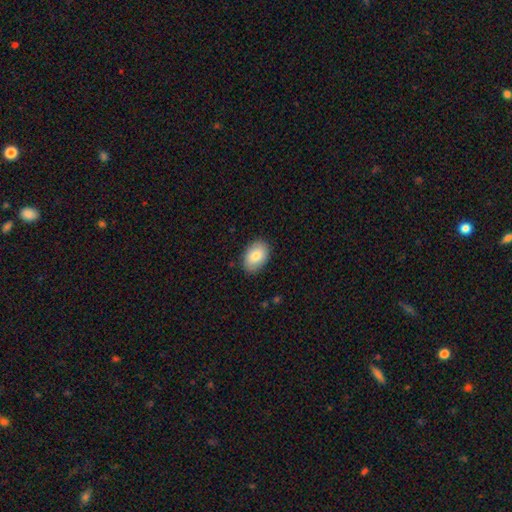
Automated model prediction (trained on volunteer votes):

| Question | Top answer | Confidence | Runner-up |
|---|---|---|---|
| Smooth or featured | smooth | 83% | featured or disk (11%) |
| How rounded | in between | 87% | round (12%) |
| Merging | none | 86% | minor disturbance (11%) |